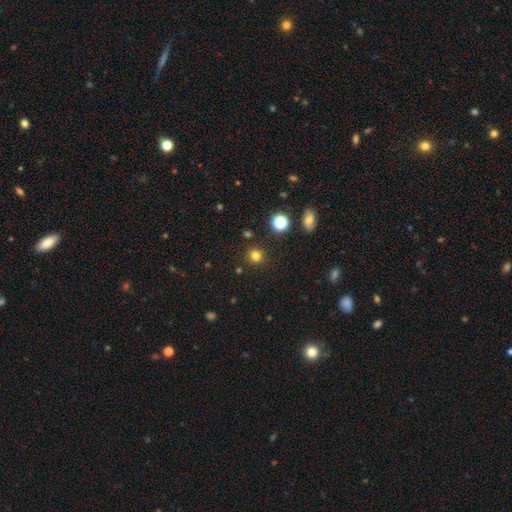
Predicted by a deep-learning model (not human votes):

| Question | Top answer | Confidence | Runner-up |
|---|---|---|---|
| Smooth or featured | smooth | 77% | star or artifact (18%) |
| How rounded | round | 94% | in between (5%) |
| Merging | none | 90% | minor disturbance (6%) |